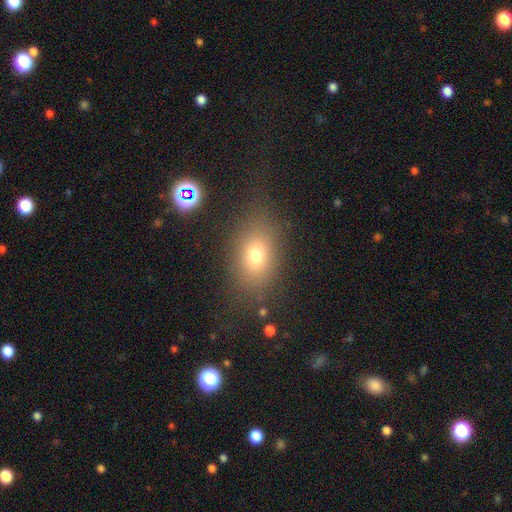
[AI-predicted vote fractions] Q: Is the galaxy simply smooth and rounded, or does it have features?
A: smooth — 69%.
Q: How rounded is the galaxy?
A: in between — 75%.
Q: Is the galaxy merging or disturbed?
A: none — 76%.